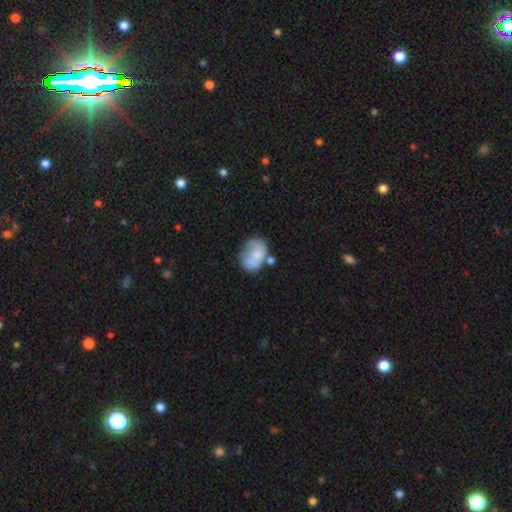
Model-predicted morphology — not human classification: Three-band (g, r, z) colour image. It shows a smooth galaxy with no disk features (55%) that is in between round and cigar-shaped (65%). Merging: none (38%).